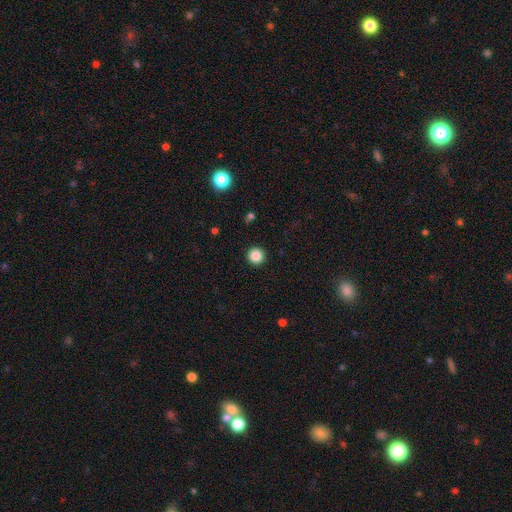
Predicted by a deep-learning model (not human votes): This is clearly a smooth galaxy (86%). How rounded: clearly round (96%). Merging: clearly none (93%).